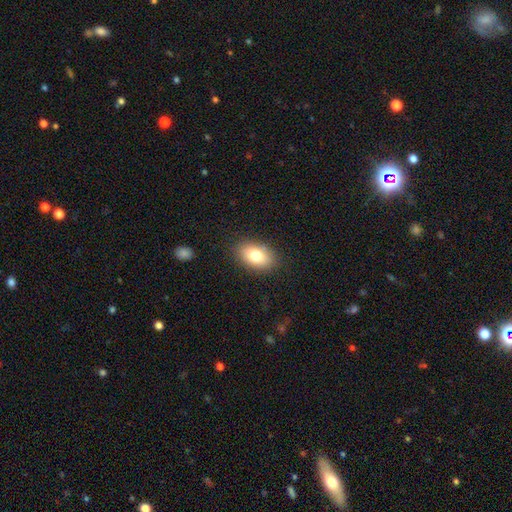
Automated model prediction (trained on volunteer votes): Smooth or featured? Predicted: smooth (p=0.79). How rounded? Predicted: in between (p=0.87). Merging? Predicted: none (p=0.86).